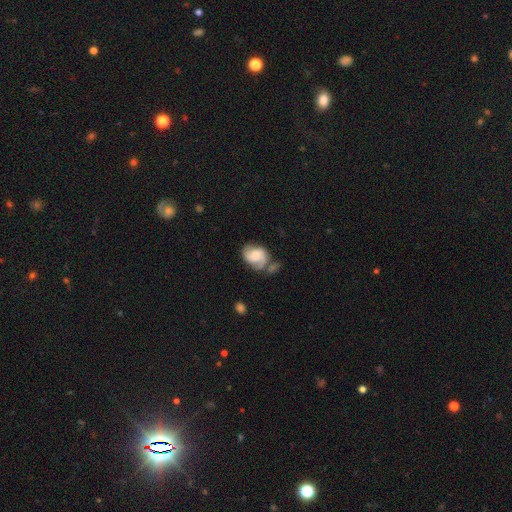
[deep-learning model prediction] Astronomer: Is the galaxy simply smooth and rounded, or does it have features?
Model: featured or disk — 66%.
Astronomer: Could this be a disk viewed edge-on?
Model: no — 98%.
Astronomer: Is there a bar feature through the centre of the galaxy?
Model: no — 55% (runner-up: weak, 37%).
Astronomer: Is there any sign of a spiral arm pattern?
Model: yes — 91%.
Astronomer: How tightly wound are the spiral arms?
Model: medium — 46% (runner-up: tight, 32%).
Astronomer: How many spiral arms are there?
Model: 2 — 71%.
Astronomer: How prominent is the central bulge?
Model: moderate — 30%, tied with small at 30%.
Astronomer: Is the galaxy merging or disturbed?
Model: none — 42% (runner-up: minor disturbance, 25%).